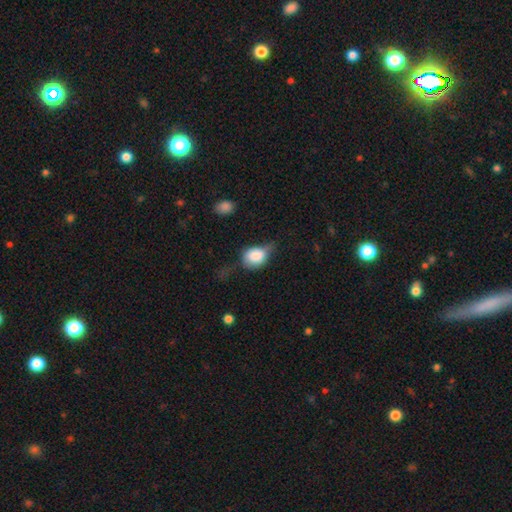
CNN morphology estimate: This appears to be a smooth galaxy with no disk features (77%) that is in between round and cigar-shaped (54%). Merging: minor disturbance (37%).